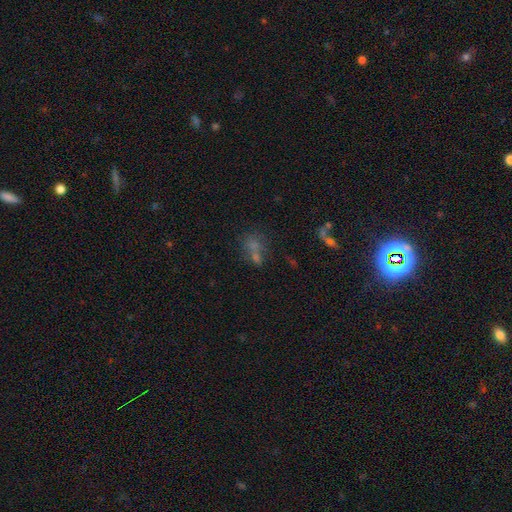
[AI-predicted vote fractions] This is possibly a smooth galaxy (50%). Merging: marginally merger (41%).